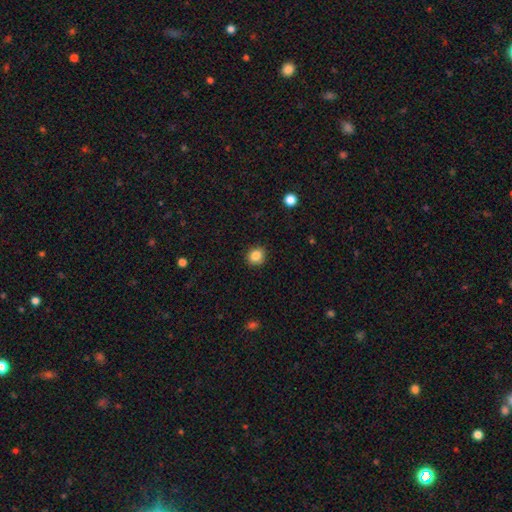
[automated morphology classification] smooth_or_featured: smooth (p=0.85) [alt: star or artifact p=0.10]
how_rounded: round (p=0.74) [alt: in between p=0.25]
merging: none (p=0.87) [alt: minor disturbance p=0.09]